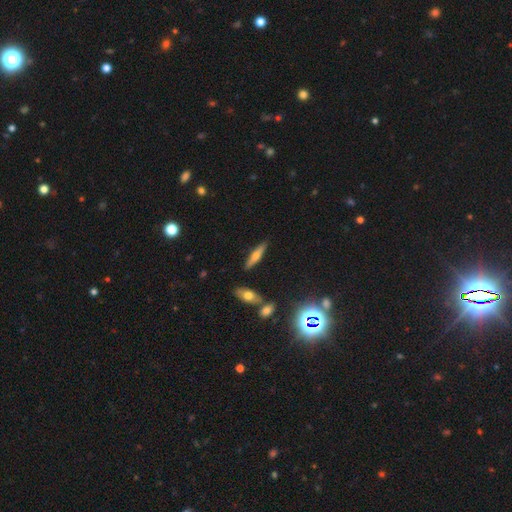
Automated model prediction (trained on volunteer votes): Smooth or featured: smooth — 51% (featured or disk — 40%)
How rounded: cigar-shaped — 75% (in between — 22%)
Merging: none — 85% (minor disturbance — 9%)